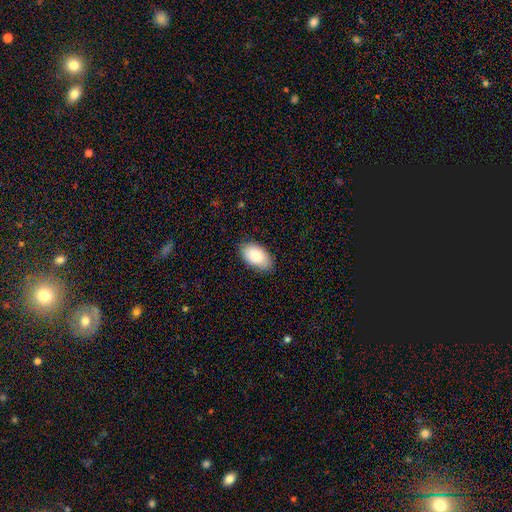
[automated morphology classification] Smooth or featured? smooth (85%)
How rounded? in between (95%)
Merging? none (82%)